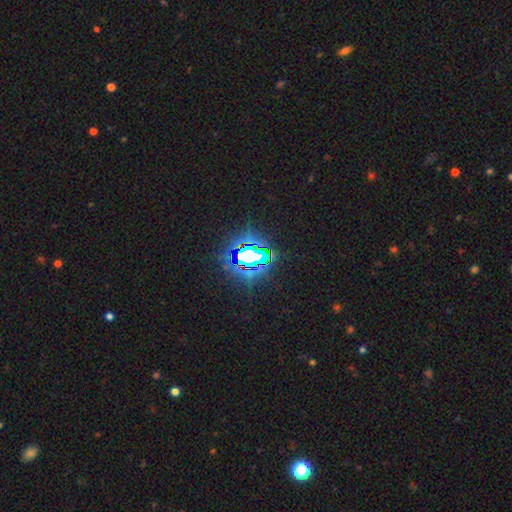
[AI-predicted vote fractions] The model was most divided on "smooth or featured": star or artifact: 83%, smooth: 10%, featured or disk: 6%.